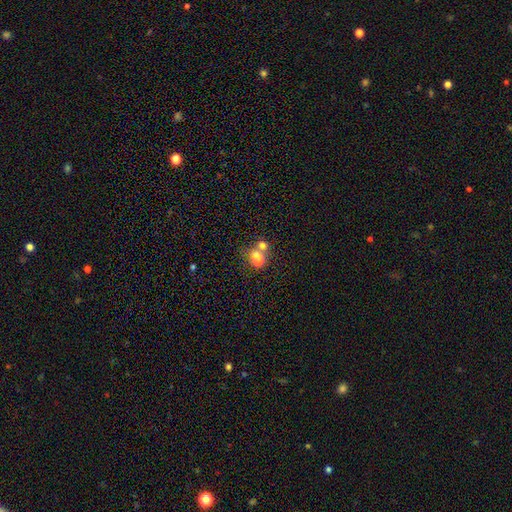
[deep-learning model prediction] This appears to be a smooth galaxy with no disk features (60%) that is round (76%). Merging: merger (57%).